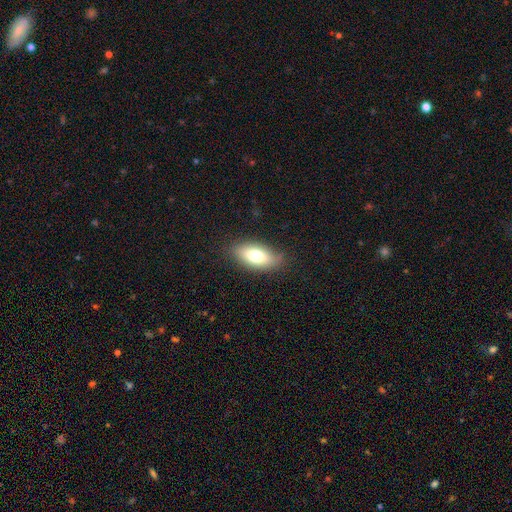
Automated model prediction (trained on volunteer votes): The model was most divided on "smooth or featured": smooth: 74%, featured or disk: 18%, star or artifact: 7%. More confident: how rounded — in between (85%); merging — none (79%).